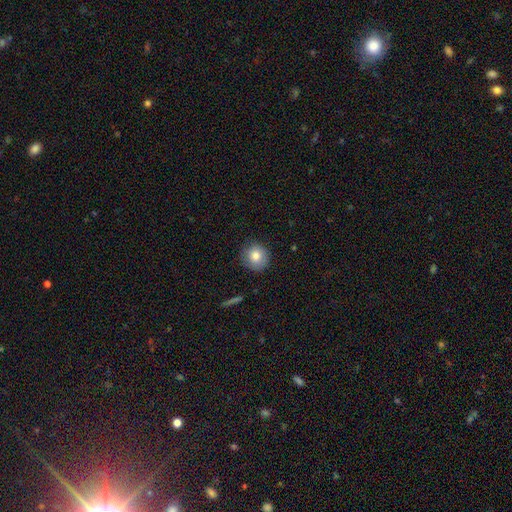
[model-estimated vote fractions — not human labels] Q: Smooth or featured?
A: smooth (80%); runner-up: featured or disk (11%)
Q: How rounded?
A: round (92%); runner-up: in between (7%)
Q: Merging?
A: none (85%); runner-up: minor disturbance (11%)